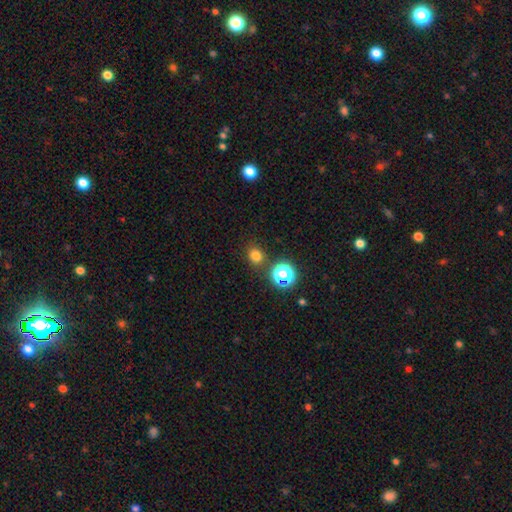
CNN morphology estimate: Smooth or featured? smooth (75%)
How rounded? round (68%)
Merging? none (82%)